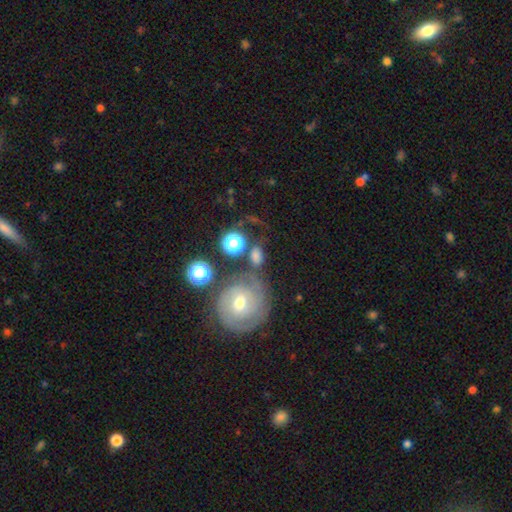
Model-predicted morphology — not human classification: Q: Smooth or featured?
A: smooth (63%); runner-up: featured or disk (20%)
Q: How rounded?
A: in between (56%); runner-up: round (42%)
Q: Merging?
A: none (56%); runner-up: minor disturbance (17%)